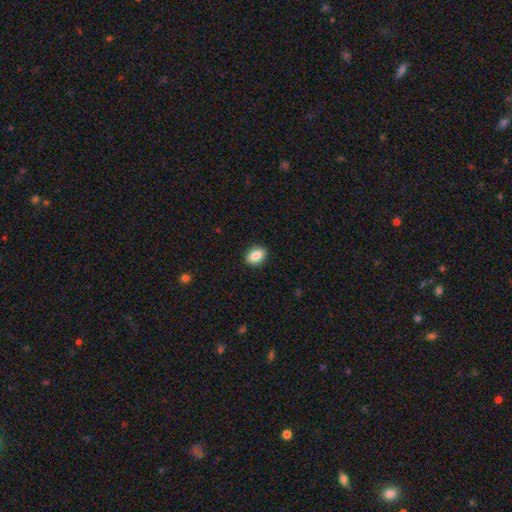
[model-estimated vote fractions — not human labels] Morphology: type=smooth (87%); roundness=in between (82%); merging=none (89%).